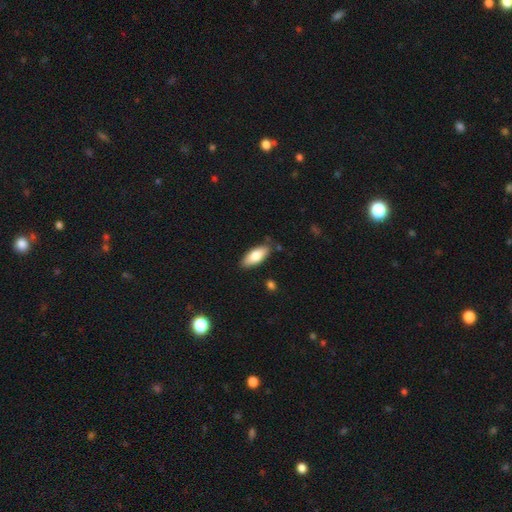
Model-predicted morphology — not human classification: Q: Smooth or featured?
A: smooth (79%); runner-up: featured or disk (15%)
Q: How rounded?
A: in between (81%); runner-up: cigar-shaped (17%)
Q: Merging?
A: none (80%); runner-up: minor disturbance (14%)